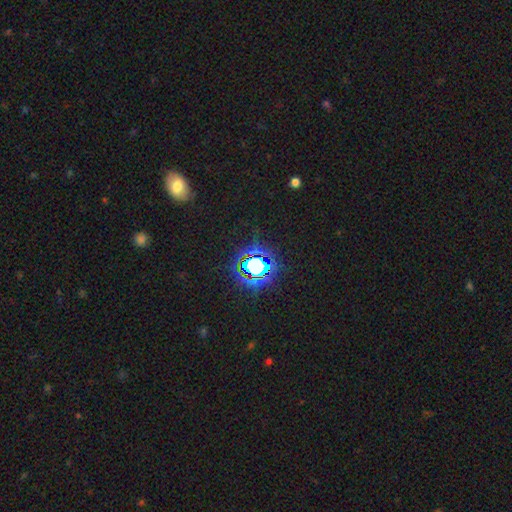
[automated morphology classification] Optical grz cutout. It shows a star or artifact, not a galaxy (78%).